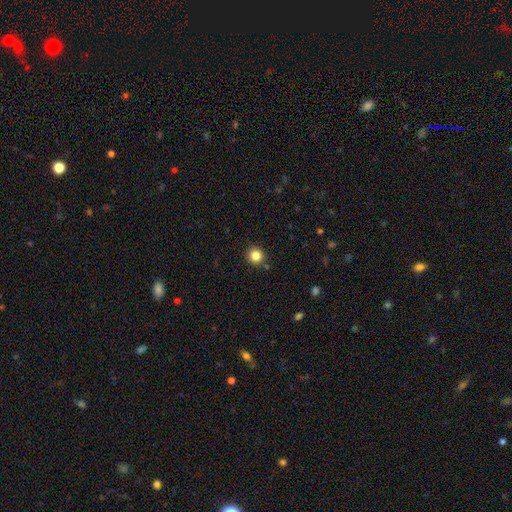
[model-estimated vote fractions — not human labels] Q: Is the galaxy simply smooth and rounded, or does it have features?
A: smooth — 84%.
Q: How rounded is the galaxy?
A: round — 94%.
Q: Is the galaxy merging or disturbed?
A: none — 90%.